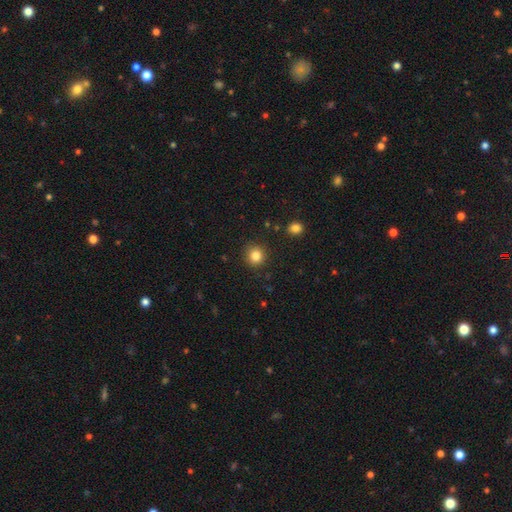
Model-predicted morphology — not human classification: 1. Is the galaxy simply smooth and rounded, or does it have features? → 84% smooth, 12% star or artifact, 5% featured or disk.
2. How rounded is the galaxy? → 89% round, 10% in between, 1% cigar-shaped.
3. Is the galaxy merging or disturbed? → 88% none, 7% minor disturbance, 3% major disturbance, 2% merger.